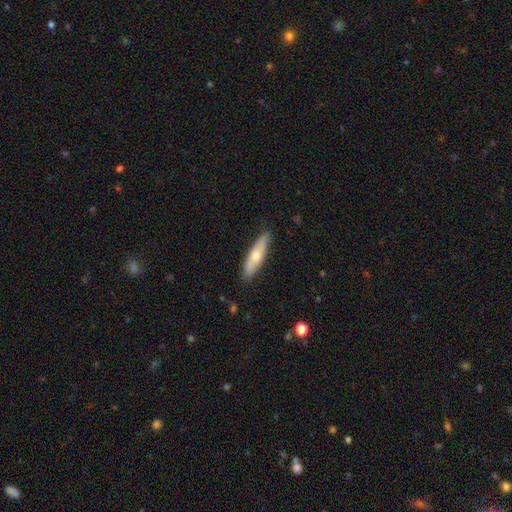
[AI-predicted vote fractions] Overall: smooth (54%; featured or disk 40%). How rounded: cigar-shaped (74%). Merging: none (87%).